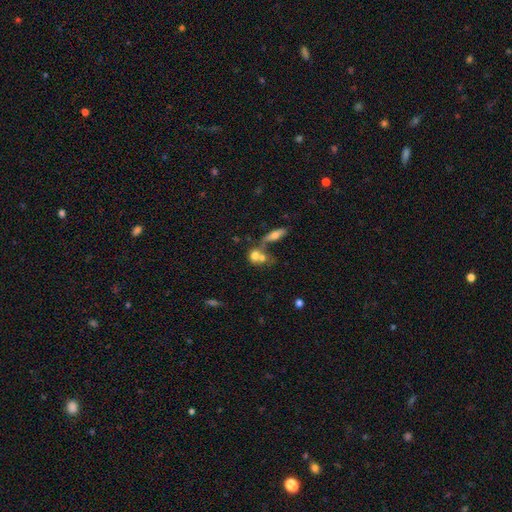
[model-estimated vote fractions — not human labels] A smooth galaxy with no disk features (68%) that is round (51%). Merging: merger (57%).